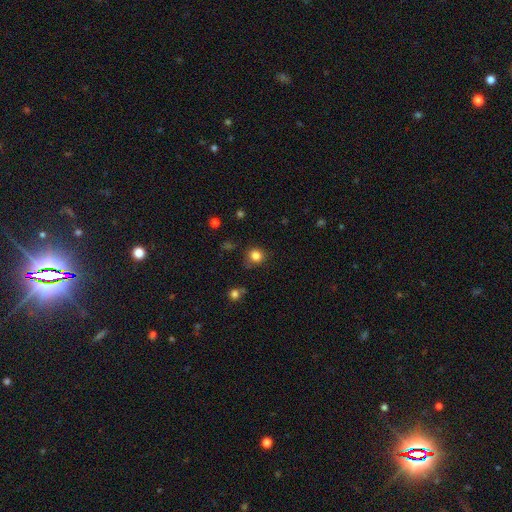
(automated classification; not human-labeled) Smooth or featured: smooth — 82% (star or artifact — 13%)
How rounded: round — 89% (in between — 10%)
Merging: none — 80% (minor disturbance — 14%)